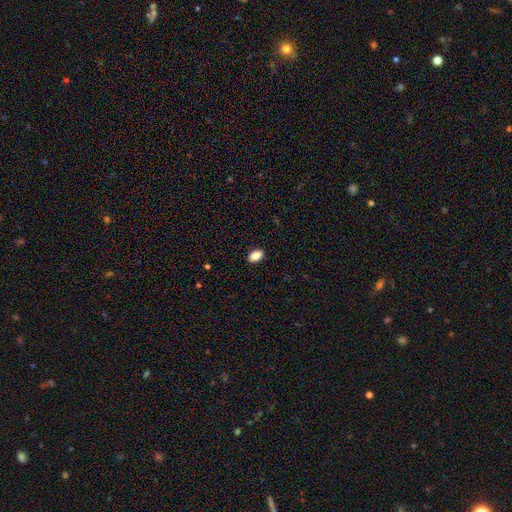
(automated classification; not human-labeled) smooth-or-featured: smooth: 88% | star or artifact: 8% | featured or disk: 5%
  how-rounded: in between: 89% | round: 9% | cigar-shaped: 2%
  merging: none: 90% | minor disturbance: 7% | major disturbance: 2% | merger: 1%